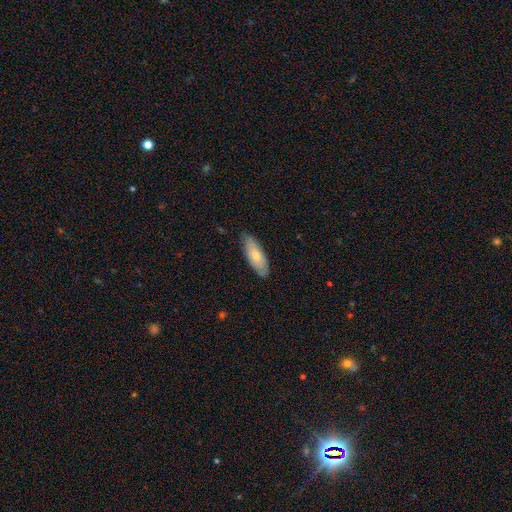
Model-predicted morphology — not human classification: Overall: smooth (72%). How rounded: in between (72%). Merging: none (77%).